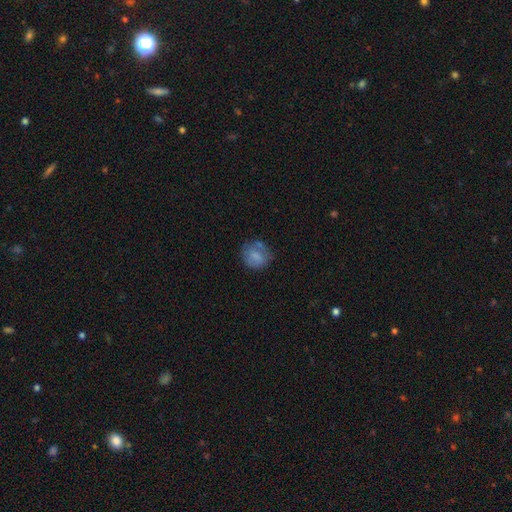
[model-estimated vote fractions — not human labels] Smooth or featured? smooth (70%)
How rounded? round (76%)
Merging? none (63%)